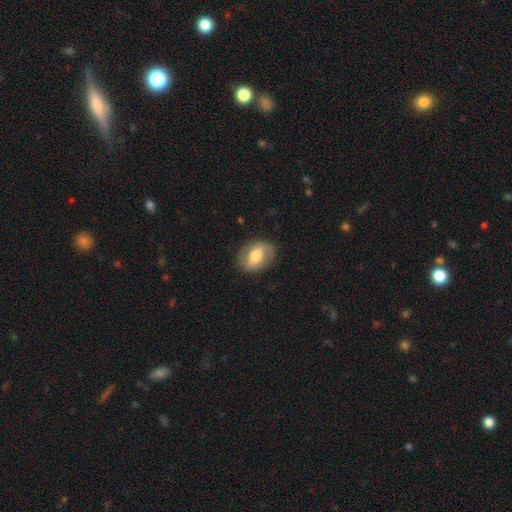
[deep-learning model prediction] smooth-or-featured: smooth: 47% | featured or disk: 46% | star or artifact: 7%
  merging: none: 80% | minor disturbance: 14% | major disturbance: 5% | merger: 1%